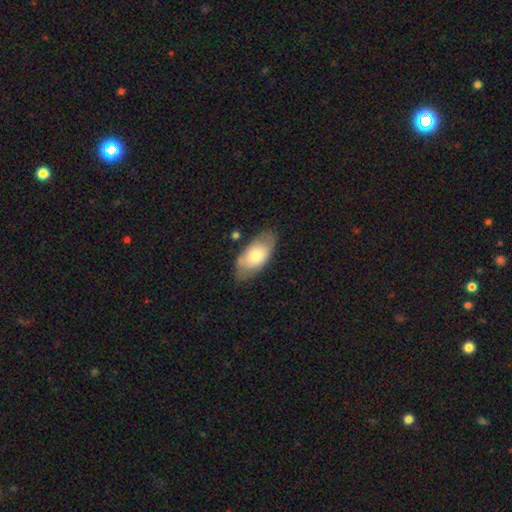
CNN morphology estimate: smooth 69%, featured or disk 25%, star or artifact 6%. Down the decision tree: how rounded — in between (93%); merging — none (73%).